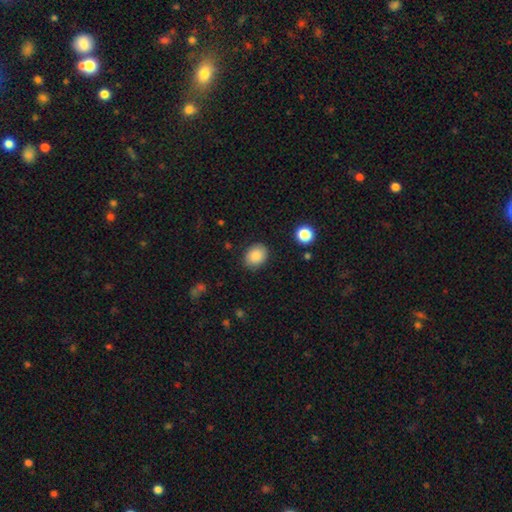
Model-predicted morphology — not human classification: smooth_or_featured: smooth (p=0.87) [alt: star or artifact p=0.08]
how_rounded: in between (p=0.54) [alt: round p=0.45]
merging: none (p=0.87) [alt: minor disturbance p=0.09]